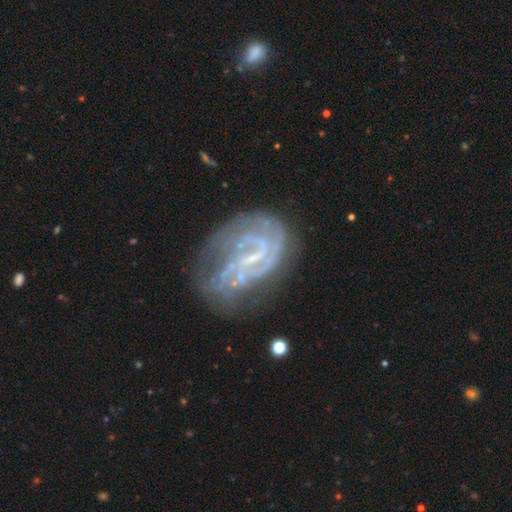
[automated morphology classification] Smooth or featured: featured or disk — 80% (star or artifact — 10%)
Edge-on disk: no — 97% (yes — 3%)
Bar: weak — 44% (strong — 30%)
Spiral arms: yes — 82% (no — 18%)
Spiral winding: tight — 51% (medium — 35%)
Spiral arm count: can't tell — 38% (2 — 27%)
Bulge size: small — 54% (none — 32%)
Merging: none — 54% (minor disturbance — 22%)